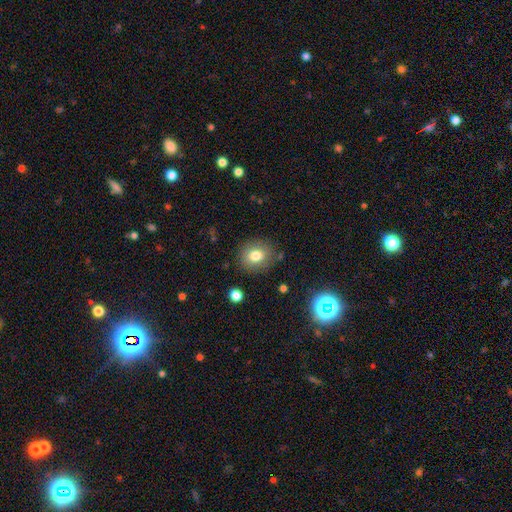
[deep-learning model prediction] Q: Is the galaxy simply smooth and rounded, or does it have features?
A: smooth — 78%.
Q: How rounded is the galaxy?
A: round — 70%.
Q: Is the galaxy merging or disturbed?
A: none — 84%.